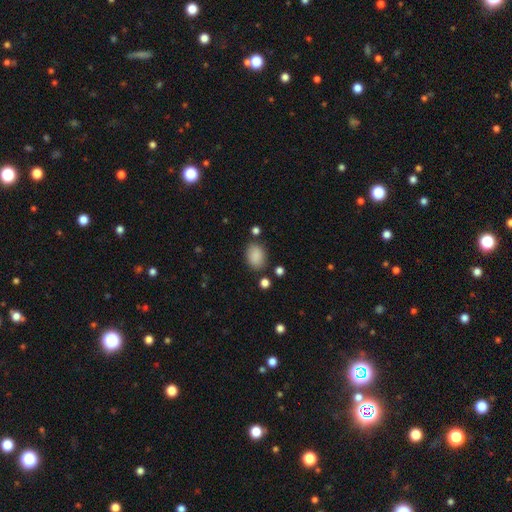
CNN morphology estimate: smooth_or_featured: smooth (p=0.88) [alt: star or artifact p=0.08]
how_rounded: in between (p=0.75) [alt: round p=0.24]
merging: none (p=0.80) [alt: minor disturbance p=0.12]